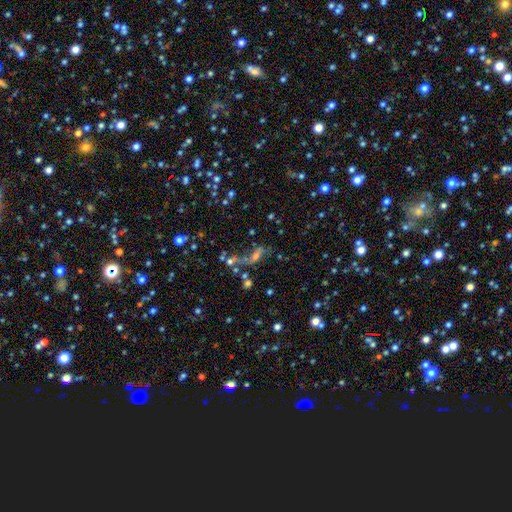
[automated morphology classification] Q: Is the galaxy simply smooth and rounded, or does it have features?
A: featured or disk — 35%, tied with star or artifact.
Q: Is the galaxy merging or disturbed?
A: none — 33%.